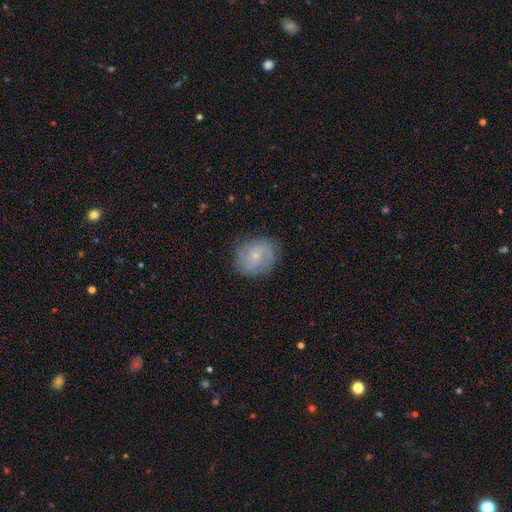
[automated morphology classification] featured or disk 50%, smooth 41%, star or artifact 9%. Down the decision tree: edge-on disk — no (97%); merging — none (79%).